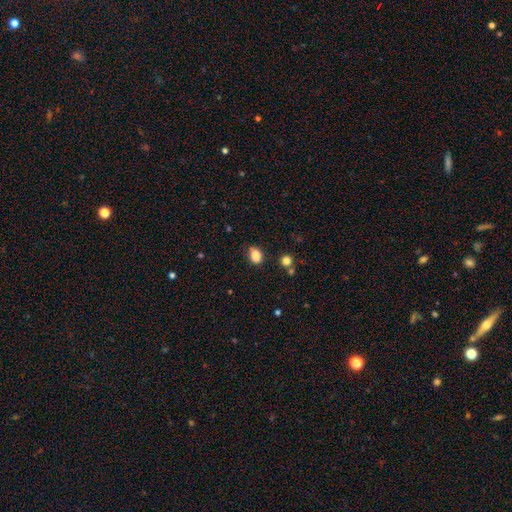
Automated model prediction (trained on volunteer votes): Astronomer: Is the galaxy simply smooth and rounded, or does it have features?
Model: smooth — 85%.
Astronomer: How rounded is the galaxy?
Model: in between — 71%.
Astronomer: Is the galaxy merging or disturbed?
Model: none — 75%.